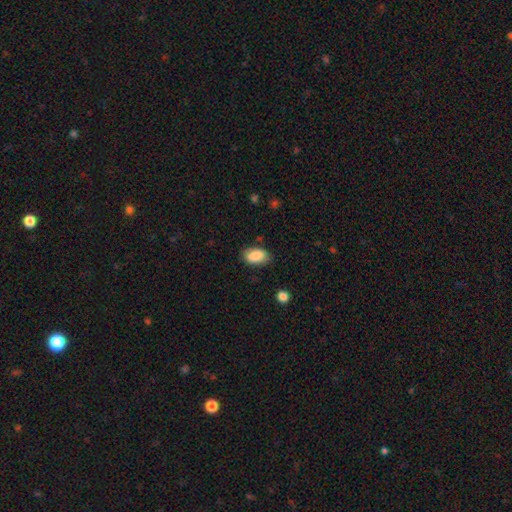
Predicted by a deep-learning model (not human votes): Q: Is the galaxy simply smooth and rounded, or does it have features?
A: smooth — 86%.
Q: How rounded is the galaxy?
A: in between — 92%.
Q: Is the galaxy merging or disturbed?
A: none — 78%.